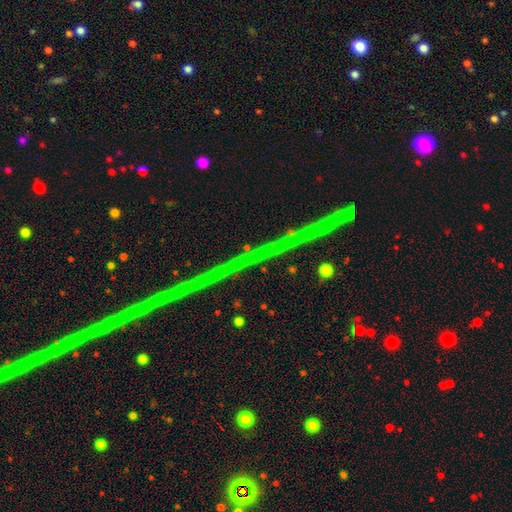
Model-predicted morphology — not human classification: A star or artifact, not a galaxy (75%).